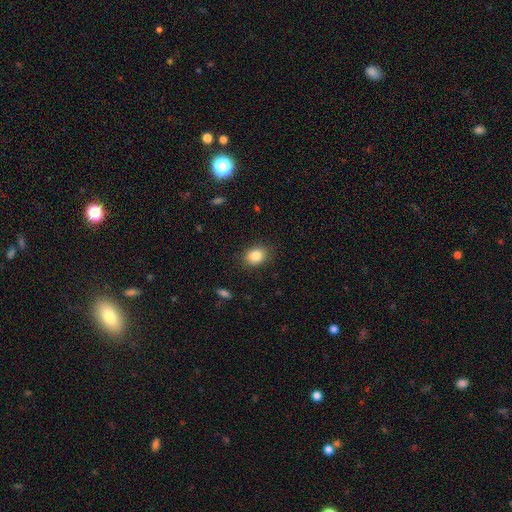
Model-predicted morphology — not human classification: This is clearly a smooth galaxy (84%). How rounded: likely in between (63%). Merging: clearly none (85%).